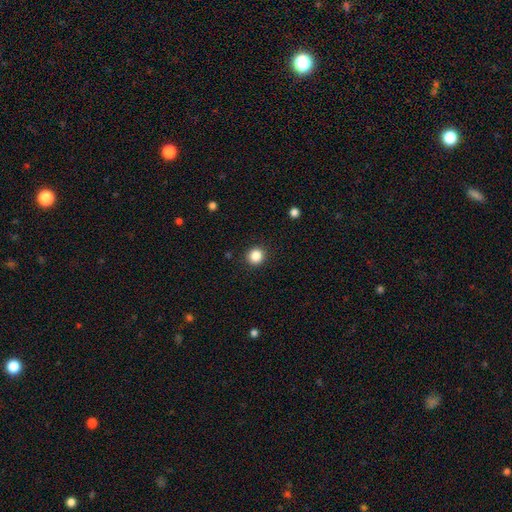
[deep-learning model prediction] Overall: smooth (86%). How rounded: round (93%). Merging: none (91%).